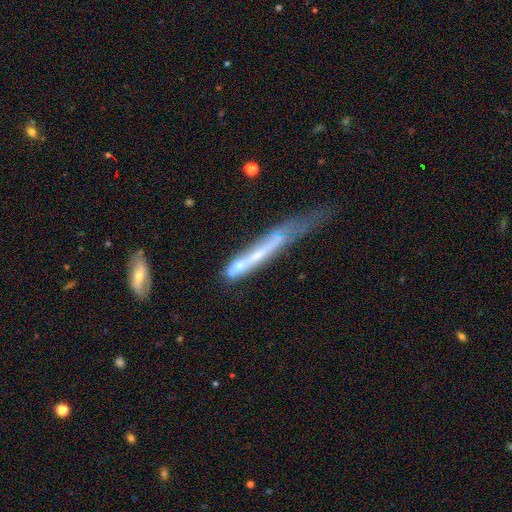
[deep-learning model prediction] Smooth or featured?
  - featured or disk: 54% *
  - smooth: 37%
  - star or artifact: 10%
Edge-on disk?
  - yes: 72% *
  - no: 28%
Merging?
  - major disturbance: 30% *
  - none: 28%
  - minor disturbance: 25%
  - merger: 17%